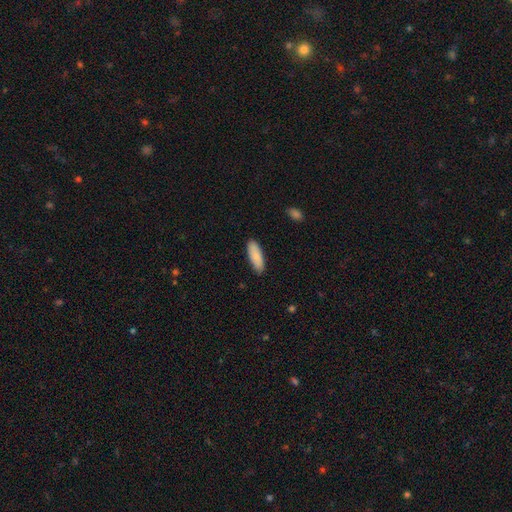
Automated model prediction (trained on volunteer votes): The model was most divided on "how rounded": in between: 62%, cigar-shaped: 37%, round: 2%. More confident: smooth or featured — smooth (88%); merging — none (88%).